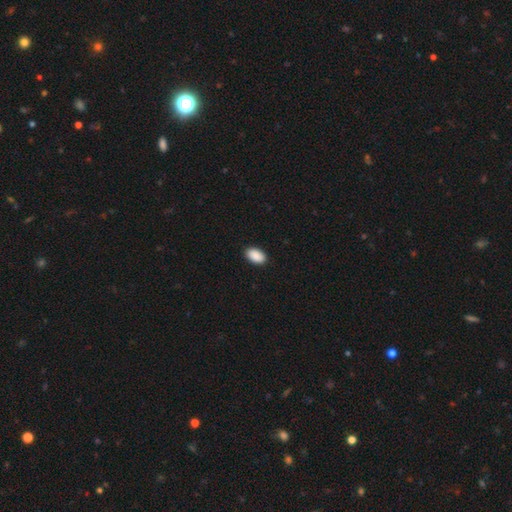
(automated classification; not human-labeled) The model was most divided on "merging": none: 90%, minor disturbance: 8%, major disturbance: 2%, merger: 1%. More confident: how rounded — in between (94%); smooth or featured — smooth (91%).